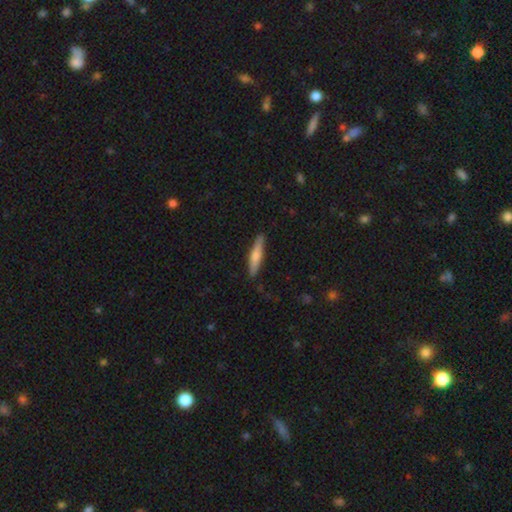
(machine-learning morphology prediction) smooth-or-featured: smooth: 59% | featured or disk: 35% | star or artifact: 5%
  how-rounded: cigar-shaped: 87% | in between: 11% | round: 2%
  merging: none: 89% | minor disturbance: 8% | major disturbance: 2% | merger: 1%